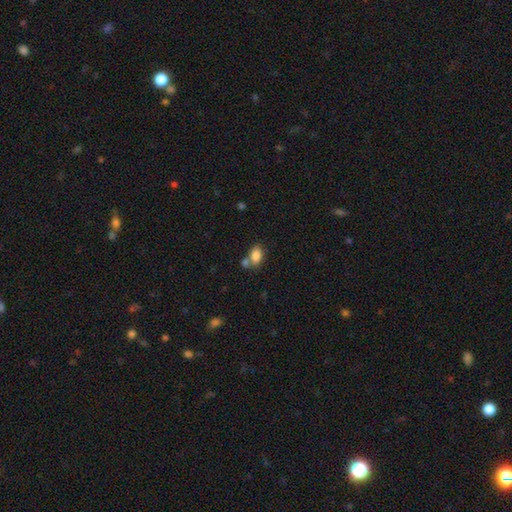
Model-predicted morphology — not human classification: smooth 83%, star or artifact 9%, featured or disk 8%. Down the decision tree: how rounded — in between (85%); merging — none (51%).